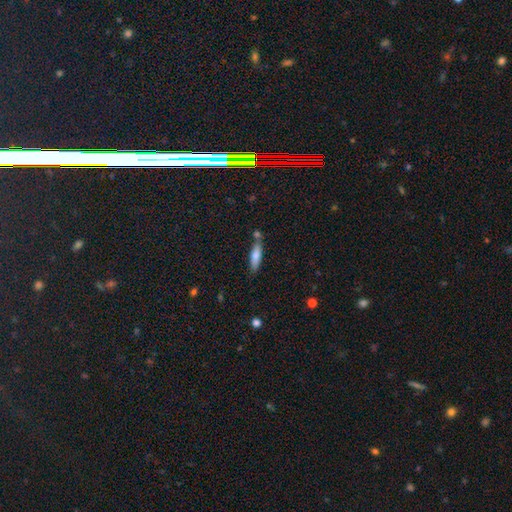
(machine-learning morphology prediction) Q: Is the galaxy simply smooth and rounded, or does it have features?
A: smooth — 74%.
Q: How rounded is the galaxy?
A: cigar-shaped — 66%.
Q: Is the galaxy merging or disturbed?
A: none — 69%.